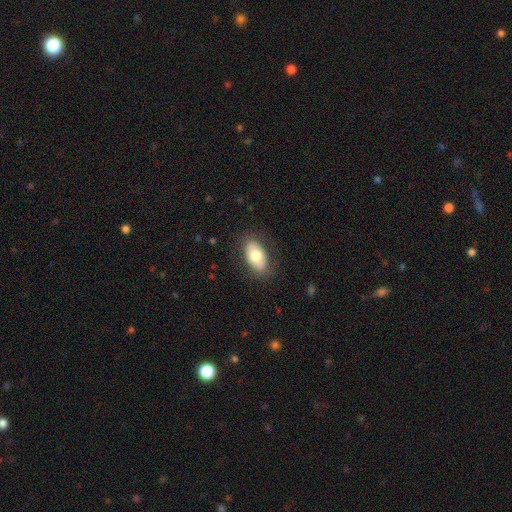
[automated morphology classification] A smooth galaxy with no disk features (75%) that is in between round and cigar-shaped (93%).

Vote fractions:
- Smooth or featured? smooth: 75% / featured or disk: 19% / star or artifact: 6%
- How rounded? in between: 93% / round: 4% / cigar-shaped: 2%
- Merging? none: 83% / minor disturbance: 13% / major disturbance: 4% / merger: 1%